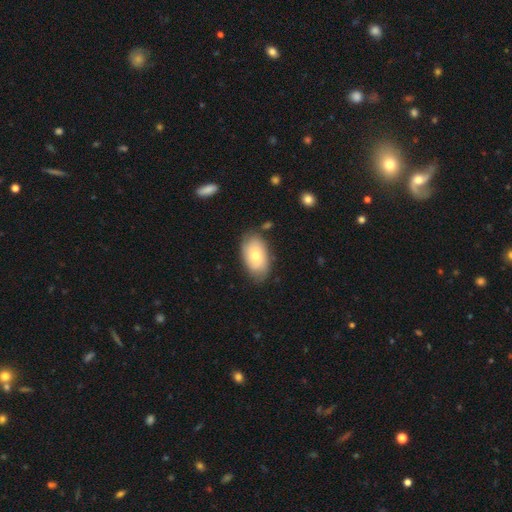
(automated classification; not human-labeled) Smooth or featured: smooth — 66% (featured or disk — 27%)
How rounded: in between — 93% (round — 5%)
Merging: none — 76% (minor disturbance — 17%)